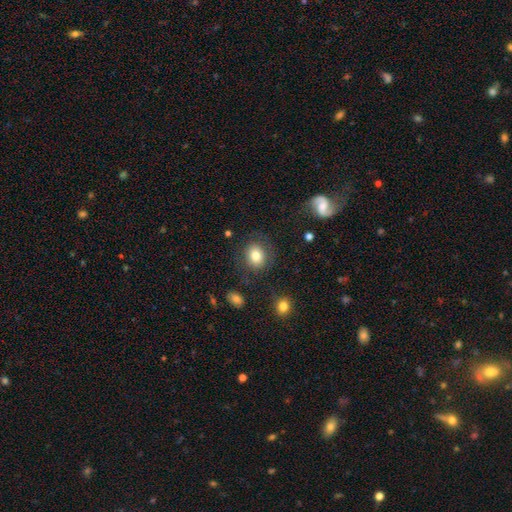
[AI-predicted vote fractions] Smooth or featured: smooth — 78% (featured or disk — 11%)
How rounded: round — 69% (in between — 30%)
Merging: none — 81% (minor disturbance — 12%)